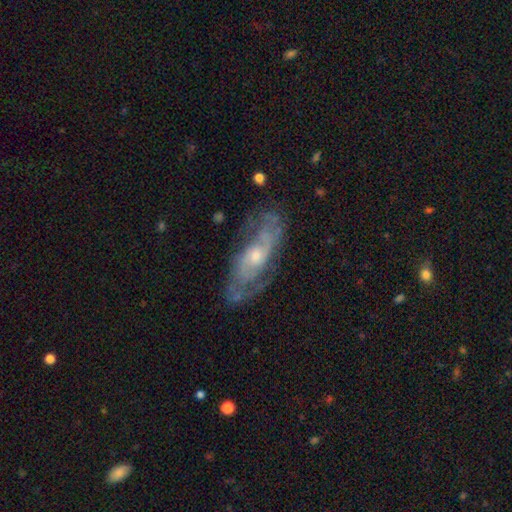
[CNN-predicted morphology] smooth-or-featured: featured or disk: 79% | smooth: 14% | star or artifact: 7%
  disk-edge-on: no: 86% | yes: 14%
    bar: no: 66% | weak: 28% | strong: 6%
    has-spiral-arms: yes: 87% | no: 13%
      spiral-winding: tight: 43% | medium: 41% | loose: 16%
      spiral-arm-count: 2: 54% | can't tell: 31% | 3: 7% | 1: 3% | 4: 3% | more than 4: 2%
    bulge-size: moderate: 51% | small: 43% | large: 4% | none: 2% | dominant: 1%
  merging: none: 74% | minor disturbance: 17% | major disturbance: 7% | merger: 2%